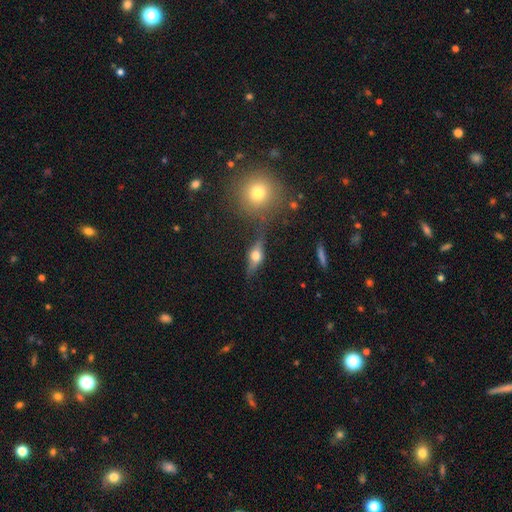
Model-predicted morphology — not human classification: This appears to be a featured or disk galaxy (52%) viewed edge-on (85%). Merging: none (72%).